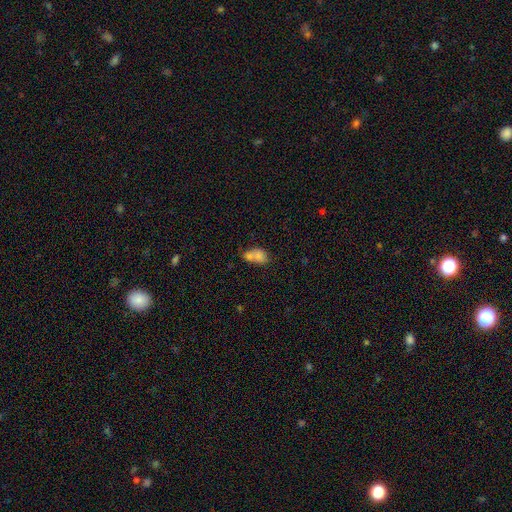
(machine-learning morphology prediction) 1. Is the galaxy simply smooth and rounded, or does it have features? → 74% smooth, 16% featured or disk, 10% star or artifact.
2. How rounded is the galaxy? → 66% in between, 32% round, 2% cigar-shaped.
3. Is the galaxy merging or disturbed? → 65% merger, 22% none, 8% minor disturbance, 4% major disturbance.